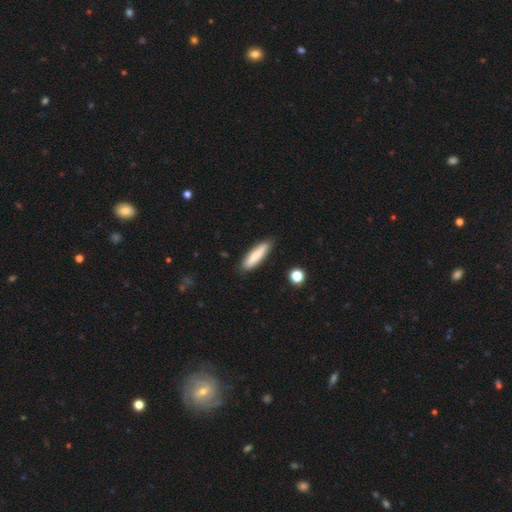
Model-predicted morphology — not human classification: A smooth galaxy with no disk features (76%) that is cigar-shaped (74%).

Vote fractions:
- Smooth or featured? smooth: 76% / featured or disk: 18% / star or artifact: 6%
- How rounded? cigar-shaped: 74% / in between: 25% / round: 2%
- Merging? none: 84% / minor disturbance: 12% / major disturbance: 2% / merger: 2%